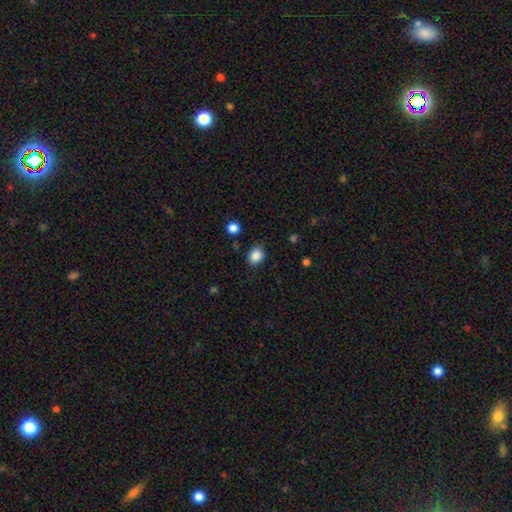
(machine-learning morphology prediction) Smooth or featured?
  - smooth: 87% *
  - star or artifact: 10%
  - featured or disk: 3%
How rounded?
  - round: 60% *
  - in between: 40%
  - cigar-shaped: 1%
Merging?
  - none: 83% *
  - minor disturbance: 12%
  - major disturbance: 3%
  - merger: 2%